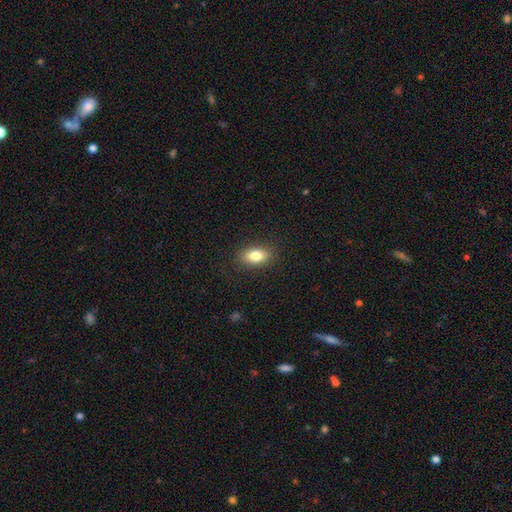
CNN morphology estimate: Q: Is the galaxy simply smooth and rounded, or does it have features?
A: smooth — 82%.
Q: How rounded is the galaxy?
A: in between — 86%.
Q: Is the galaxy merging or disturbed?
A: none — 87%.